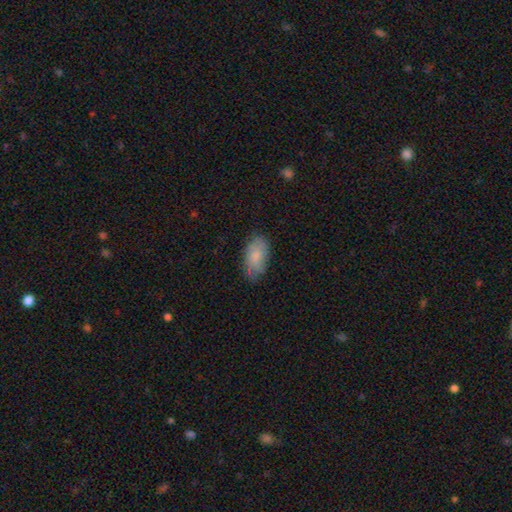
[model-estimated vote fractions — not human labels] A smooth galaxy with no disk features (77%) that is in between round and cigar-shaped (93%). Merging: none (68%).